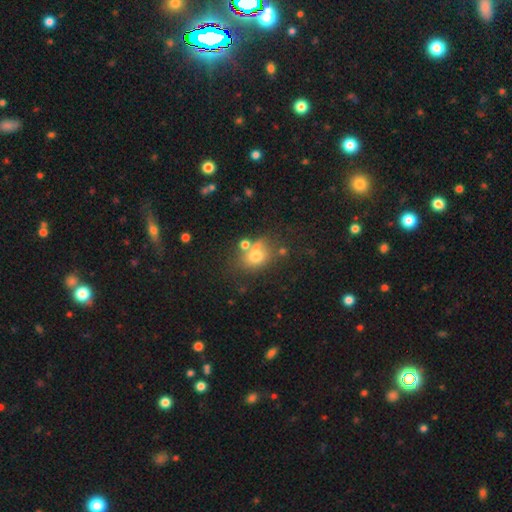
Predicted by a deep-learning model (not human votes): A smooth galaxy with no disk features (69%) that is round (50%). Merging: none (49%).